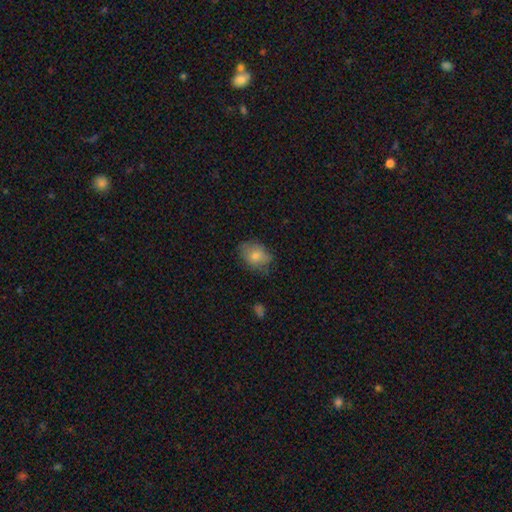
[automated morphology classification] Q: Smooth or featured?
A: smooth (73%); runner-up: featured or disk (17%)
Q: How rounded?
A: in between (68%); runner-up: round (31%)
Q: Merging?
A: none (68%); runner-up: minor disturbance (24%)